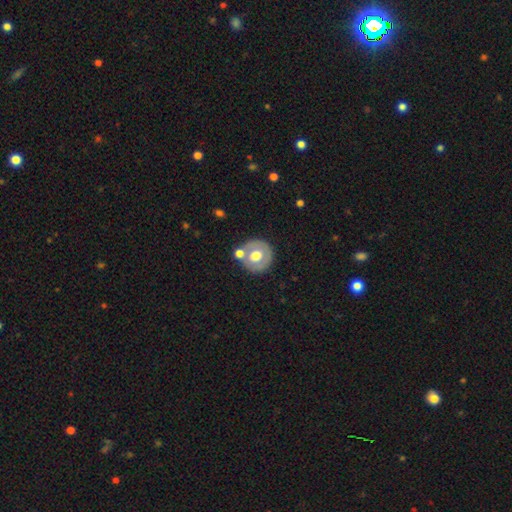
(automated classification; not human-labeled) Overall: smooth (52%; featured or disk 41%). How rounded: round (87%). Merging: none (66%).